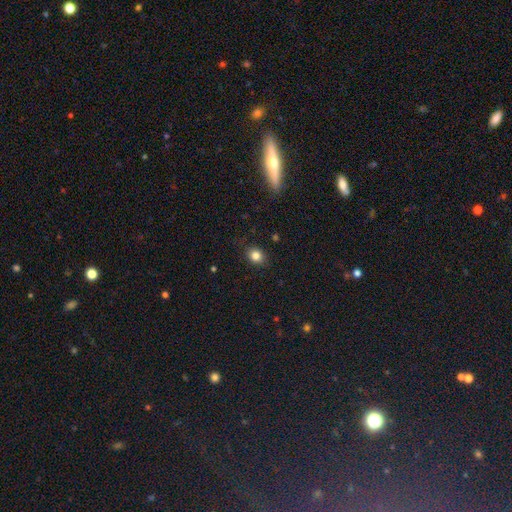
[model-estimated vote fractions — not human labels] Smooth or featured? Predicted: smooth (p=0.83). How rounded? Predicted: round (p=0.56). Merging? Predicted: none (p=0.86).